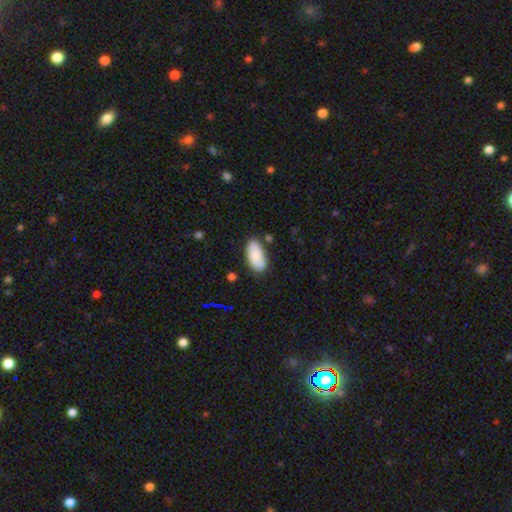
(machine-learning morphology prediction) The model was most divided on "merging": none: 70%, minor disturbance: 20%, merger: 6%, major disturbance: 4%. More confident: how rounded — in between (93%); smooth or featured — smooth (80%).